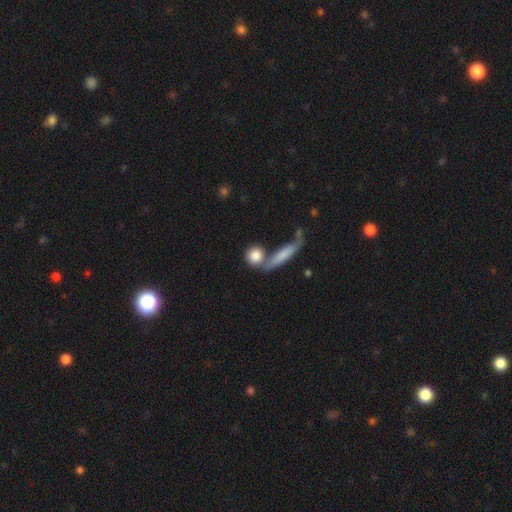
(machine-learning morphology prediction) smooth-or-featured: smooth: 81% | featured or disk: 12% | star or artifact: 7%
  how-rounded: round: 75% | in between: 16% | cigar-shaped: 9%
  merging: none: 54% | merger: 29% | minor disturbance: 11% | major disturbance: 6%